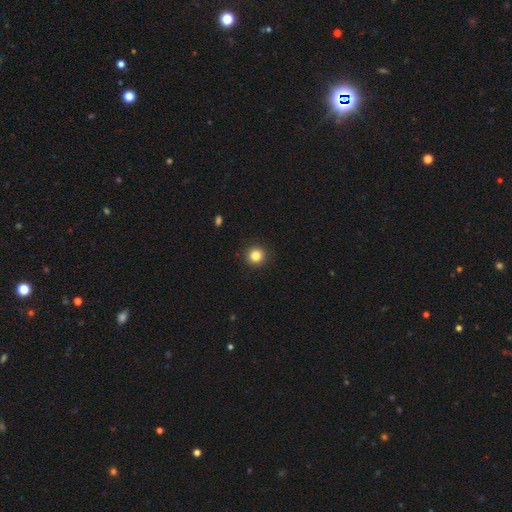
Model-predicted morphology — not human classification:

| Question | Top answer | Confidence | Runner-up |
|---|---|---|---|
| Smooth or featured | smooth | 84% | star or artifact (11%) |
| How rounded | round | 94% | in between (5%) |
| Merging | none | 92% | minor disturbance (5%) |